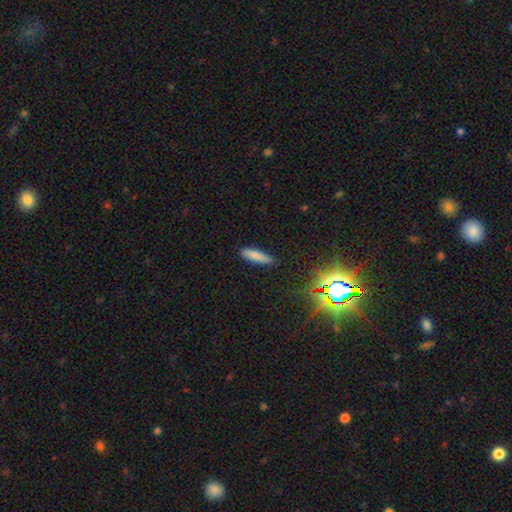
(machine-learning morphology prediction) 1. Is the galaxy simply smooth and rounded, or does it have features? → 82% smooth, 10% star or artifact, 8% featured or disk.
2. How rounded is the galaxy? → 69% cigar-shaped, 29% in between, 2% round.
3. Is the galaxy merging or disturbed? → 86% none, 10% minor disturbance, 2% major disturbance, 1% merger.